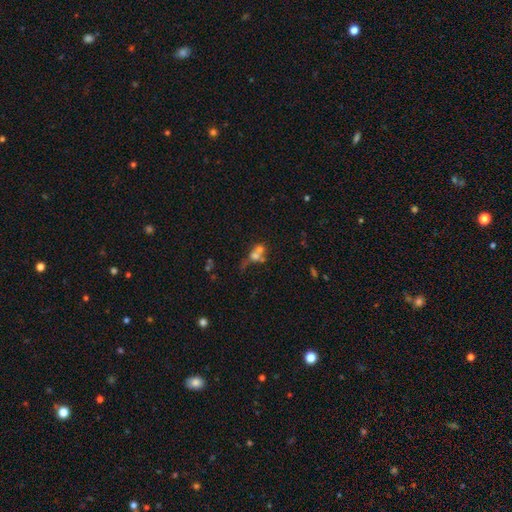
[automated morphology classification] A smooth galaxy with no disk features (57%) that is round (67%). Merging: merger (62%).